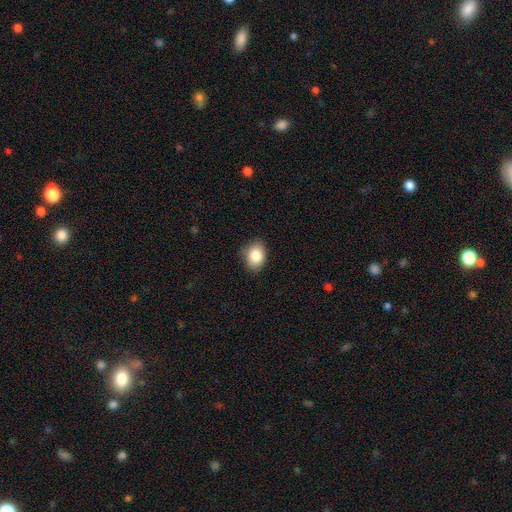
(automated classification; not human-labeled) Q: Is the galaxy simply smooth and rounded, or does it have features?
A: smooth — 86%.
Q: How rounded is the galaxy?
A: in between — 73%.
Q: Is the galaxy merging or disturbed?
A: none — 83%.